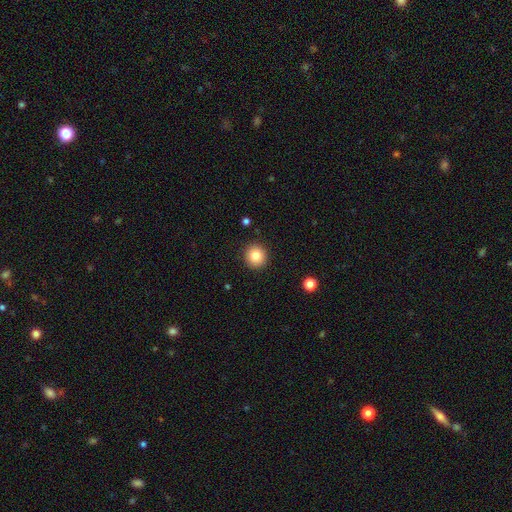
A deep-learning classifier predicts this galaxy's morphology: smooth-or-featured: smooth: 83% | star or artifact: 10% | featured or disk: 7%
  how-rounded: round: 92% | in between: 7% | cigar-shaped: 1%
  merging: none: 91% | minor disturbance: 6% | major disturbance: 2% | merger: 1%